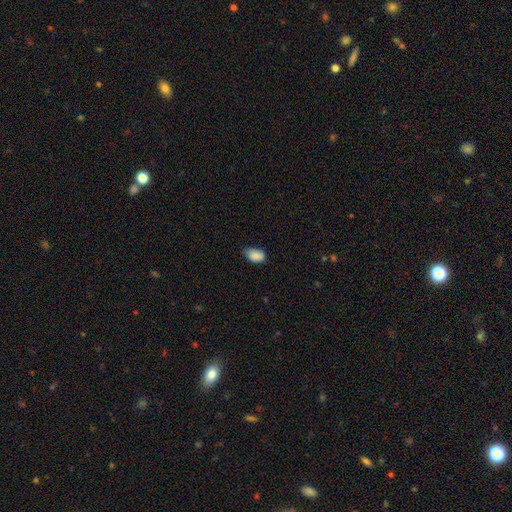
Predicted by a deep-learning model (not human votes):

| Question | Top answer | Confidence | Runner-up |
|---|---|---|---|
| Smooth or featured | smooth | 88% | star or artifact (7%) |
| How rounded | in between | 89% | round (9%) |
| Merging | none | 55% | minor disturbance (38%) |